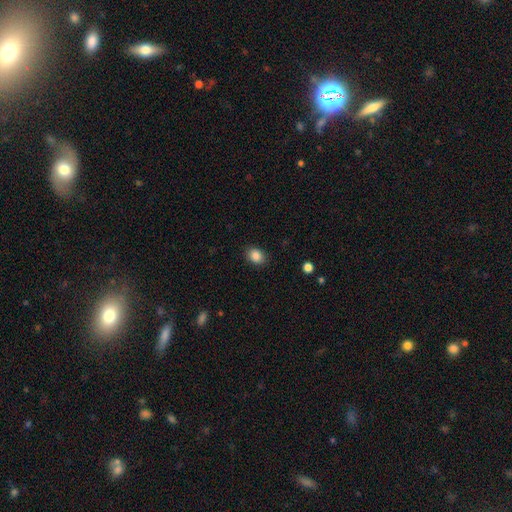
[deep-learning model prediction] smooth-or-featured: smooth: 87% | star or artifact: 9% | featured or disk: 4%
  how-rounded: in between: 64% | round: 35% | cigar-shaped: 1%
  merging: none: 87% | minor disturbance: 10% | major disturbance: 3% | merger: 1%